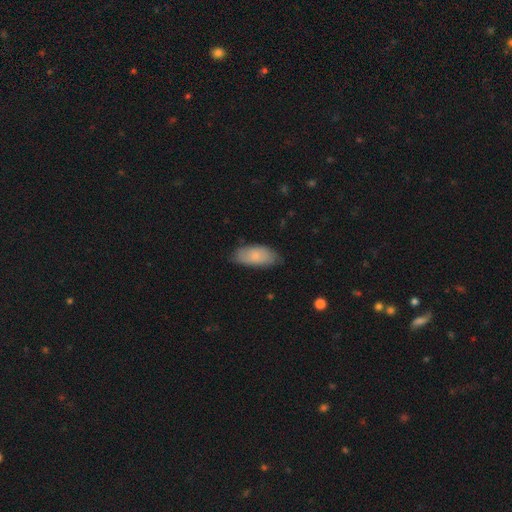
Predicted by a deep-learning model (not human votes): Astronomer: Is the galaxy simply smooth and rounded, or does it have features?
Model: smooth — 79%.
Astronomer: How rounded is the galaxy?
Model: in between — 91%.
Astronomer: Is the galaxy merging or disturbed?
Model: none — 75%.